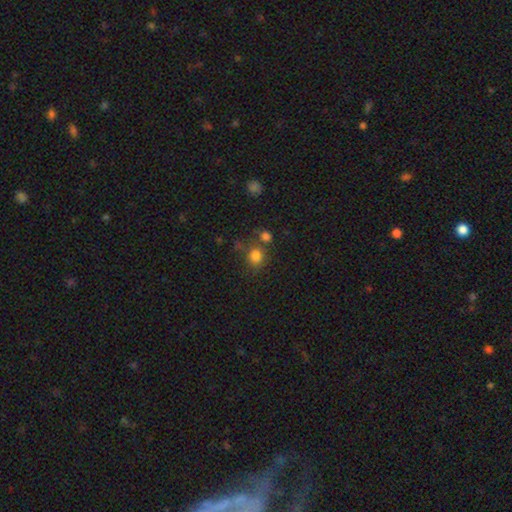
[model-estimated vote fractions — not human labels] Smooth or featured: smooth — 79% (star or artifact — 14%)
How rounded: round — 79% (in between — 20%)
Merging: none — 60% (merger — 20%)